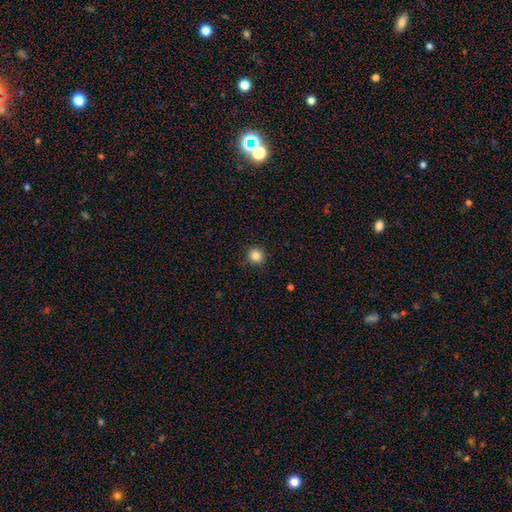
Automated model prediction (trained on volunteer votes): Smooth or featured?
  - smooth: 85% *
  - star or artifact: 11%
  - featured or disk: 4%
How rounded?
  - round: 89% *
  - in between: 10%
  - cigar-shaped: 1%
Merging?
  - none: 89% *
  - minor disturbance: 8%
  - major disturbance: 2%
  - merger: 1%